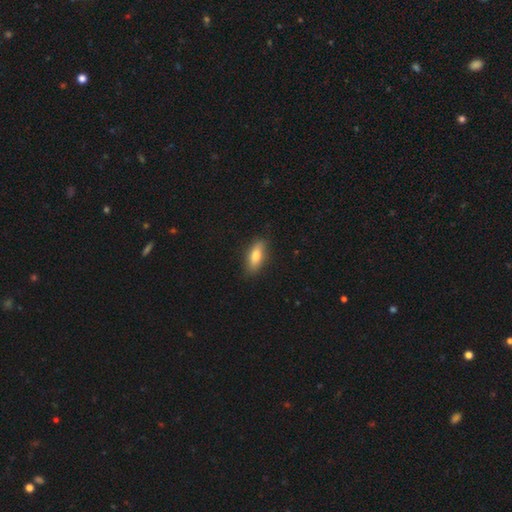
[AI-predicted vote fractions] smooth_or_featured: smooth (p=0.79) [alt: featured or disk p=0.14]
how_rounded: in between (p=0.73) [alt: cigar-shaped p=0.25]
merging: none (p=0.84) [alt: minor disturbance p=0.13]